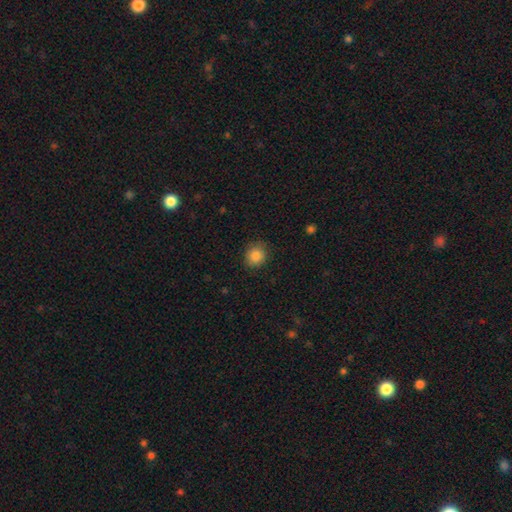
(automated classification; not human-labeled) Smooth or featured? Predicted: smooth (p=0.86). How rounded? Predicted: round (p=0.83). Merging? Predicted: none (p=0.87).